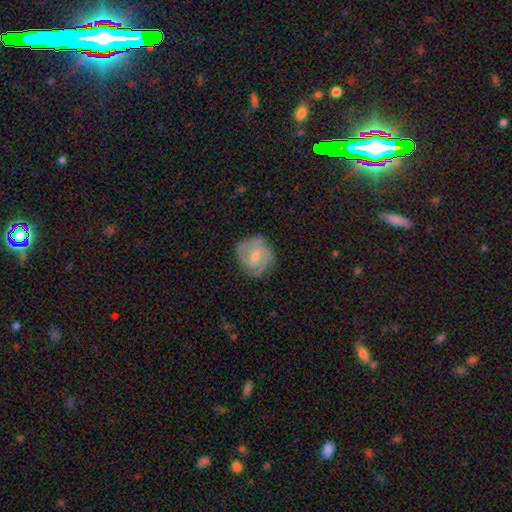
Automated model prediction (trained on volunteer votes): smooth_or_featured: featured or disk (p=0.73) [alt: smooth p=0.21]
disk_edge_on: no (p=0.98) [alt: yes p=0.02]
bar: weak (p=0.48) [alt: no p=0.42]
has_spiral_arms: yes (p=0.92) [alt: no p=0.08]
spiral_winding: tight (p=0.46) [alt: medium p=0.41]
spiral_arm_count: 2 (p=0.32) [alt: 3 p=0.31]
bulge_size: small (p=0.48) [alt: moderate p=0.47]
merging: none (p=0.70) [alt: minor disturbance p=0.21]